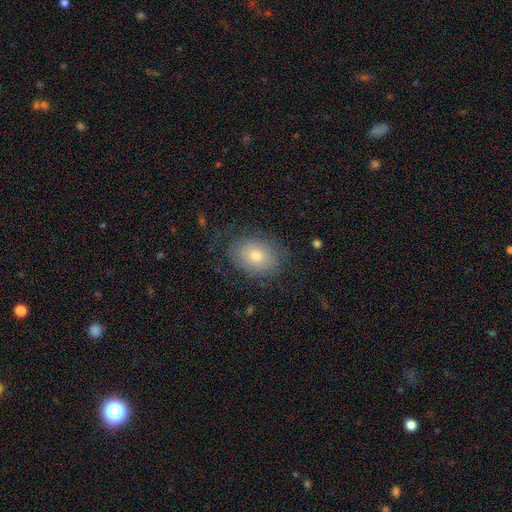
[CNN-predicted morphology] Smooth or featured?
  - smooth: 61% *
  - featured or disk: 29%
  - star or artifact: 10%
How rounded?
  - in between: 67% *
  - round: 32%
  - cigar-shaped: 1%
Merging?
  - none: 69% *
  - minor disturbance: 18%
  - major disturbance: 11%
  - merger: 1%